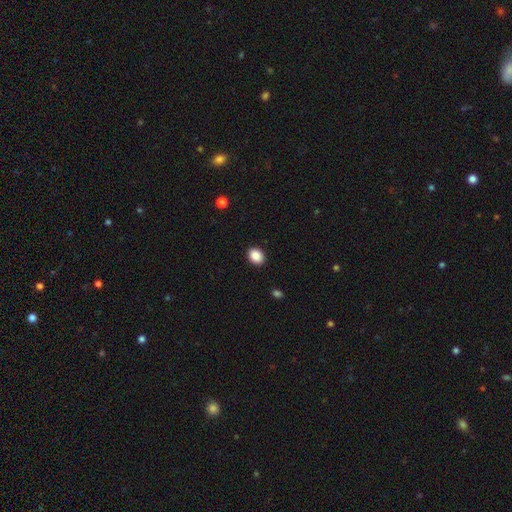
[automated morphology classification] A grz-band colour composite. It shows a smooth galaxy with no disk features (89%) that is in between round and cigar-shaped (60%). Merging: none (90%).